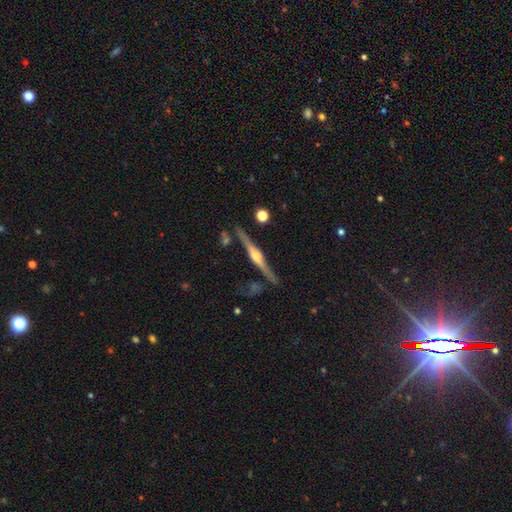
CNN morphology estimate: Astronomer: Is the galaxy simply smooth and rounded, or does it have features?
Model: featured or disk — 85%.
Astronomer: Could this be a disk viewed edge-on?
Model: yes — 98%.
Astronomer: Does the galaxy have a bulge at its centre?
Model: rounded — 92%.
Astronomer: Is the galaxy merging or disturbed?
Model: none — 86%.